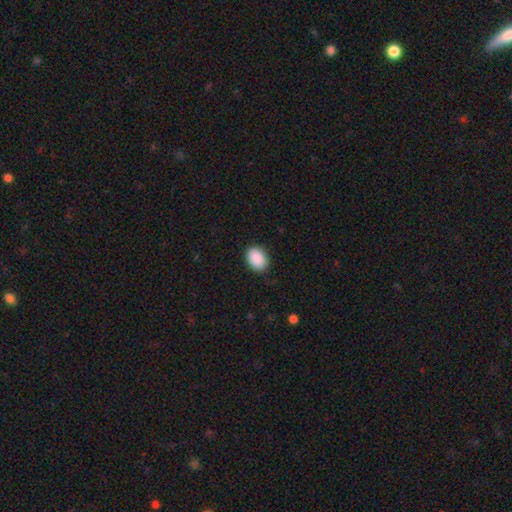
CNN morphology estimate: Overall: smooth (91%). How rounded: in between (77%). Merging: none (89%).